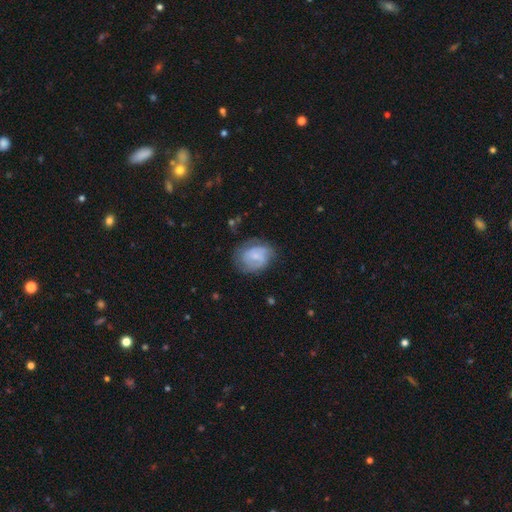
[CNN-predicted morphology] Overall: featured or disk (53%; smooth 40%). Edge-on disk: no (98%). Bar: no (54%; weak 39%). Spiral arms: yes (79%). Bulge size: small (56%; moderate 20%). Merging: none (60%; minor disturbance 25%).